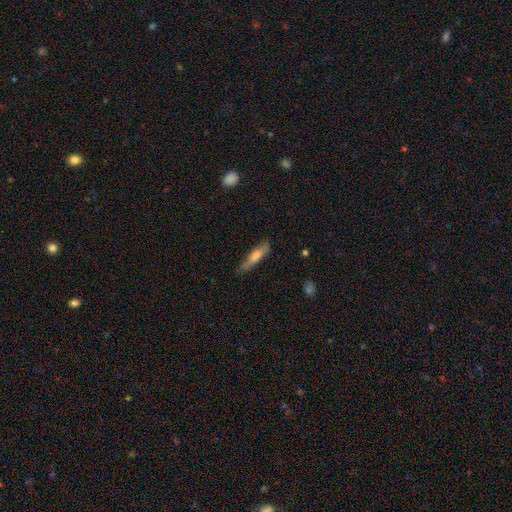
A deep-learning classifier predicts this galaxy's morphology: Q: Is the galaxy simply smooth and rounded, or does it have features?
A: smooth — 62%.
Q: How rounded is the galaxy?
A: cigar-shaped — 80%.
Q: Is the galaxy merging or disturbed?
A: none — 74%.